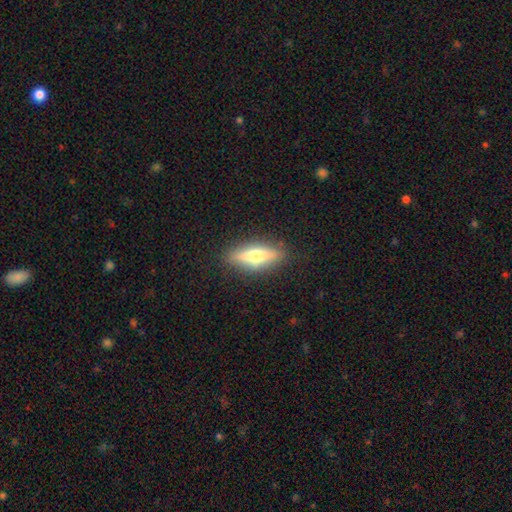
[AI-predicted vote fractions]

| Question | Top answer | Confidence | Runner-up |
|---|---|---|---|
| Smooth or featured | smooth | 49% | featured or disk (44%) |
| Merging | none | 86% | minor disturbance (10%) |